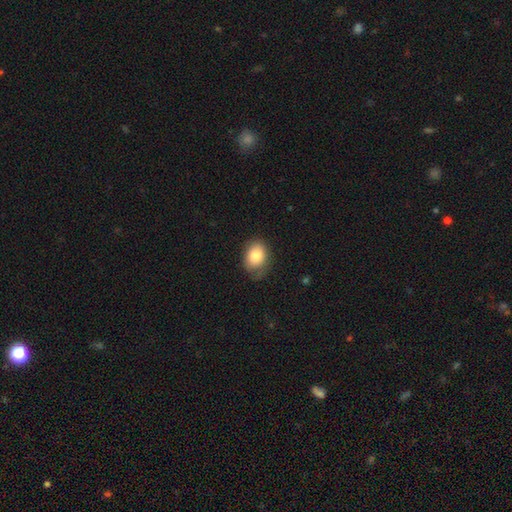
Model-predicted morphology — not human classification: smooth_or_featured: smooth (p=0.83) [alt: featured or disk p=0.09]
how_rounded: in between (p=0.68) [alt: round p=0.31]
merging: none (p=0.66) [alt: minor disturbance p=0.26]